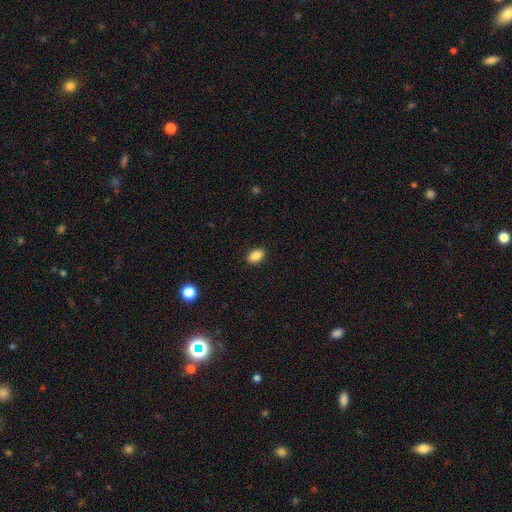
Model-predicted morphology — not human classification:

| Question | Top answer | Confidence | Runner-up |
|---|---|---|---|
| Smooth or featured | smooth | 88% | star or artifact (8%) |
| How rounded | in between | 86% | round (12%) |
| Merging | none | 89% | minor disturbance (8%) |